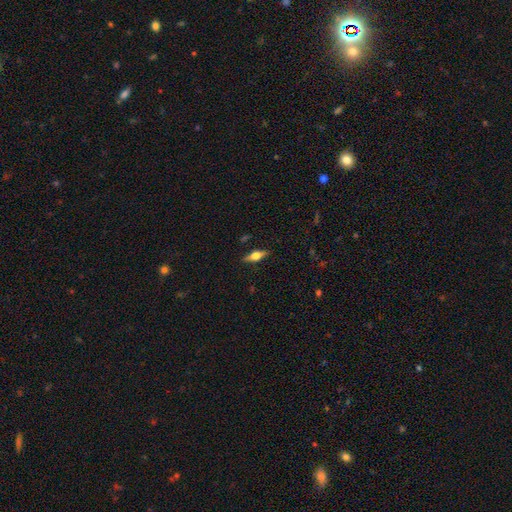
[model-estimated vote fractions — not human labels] Smooth or featured?
  - featured or disk: 58% *
  - smooth: 35%
  - star or artifact: 7%
Edge-on disk?
  - yes: 94% *
  - no: 6%
Edge-on bulge?
  - rounded: 93% *
  - boxy: 6%
  - none: 2%
Merging?
  - none: 88% *
  - minor disturbance: 9%
  - major disturbance: 2%
  - merger: 1%